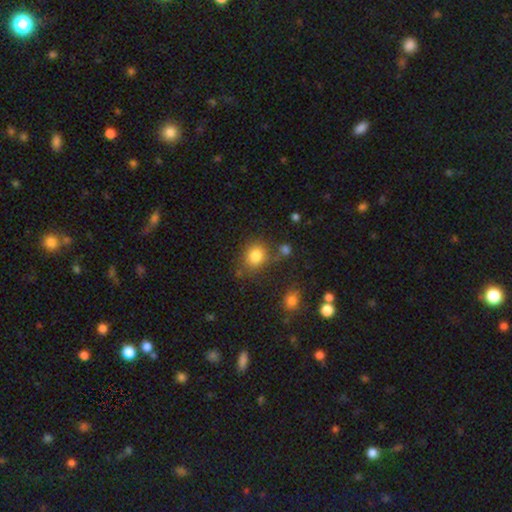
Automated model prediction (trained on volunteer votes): Smooth or featured? smooth (82%)
How rounded? round (69%)
Merging? none (70%)